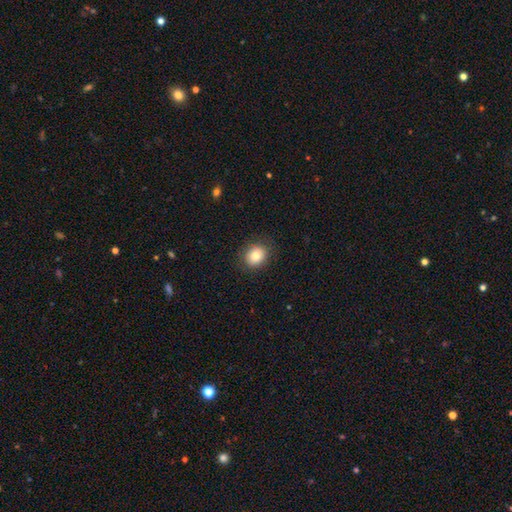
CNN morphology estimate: Smooth or featured? Predicted: smooth (p=0.82). How rounded? Predicted: round (p=0.69). Merging? Predicted: none (p=0.87).